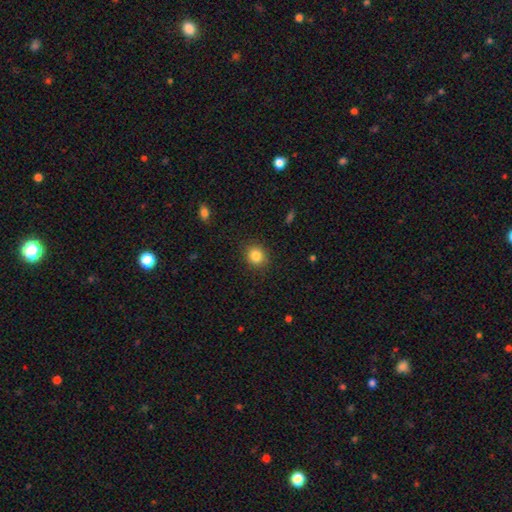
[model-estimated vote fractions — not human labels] The model was most divided on "how rounded": round: 75%, in between: 24%, cigar-shaped: 1%. More confident: merging — none (88%); smooth or featured — smooth (85%).